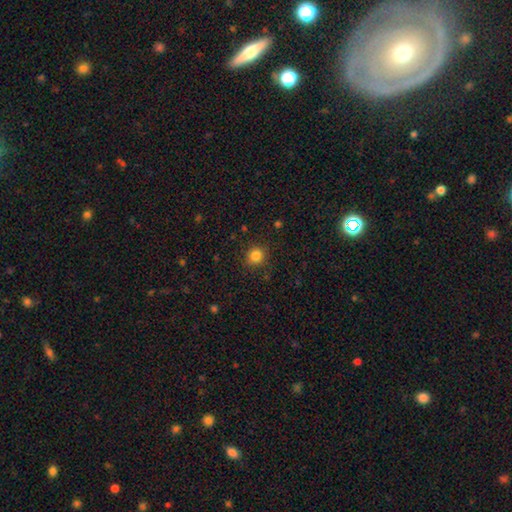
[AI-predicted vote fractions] A smooth galaxy with no disk features (83%) that is round (89%).

Vote fractions:
- Smooth or featured? smooth: 83% / star or artifact: 12% / featured or disk: 4%
- How rounded? round: 89% / in between: 10% / cigar-shaped: 1%
- Merging? none: 87% / minor disturbance: 8% / major disturbance: 3% / merger: 1%